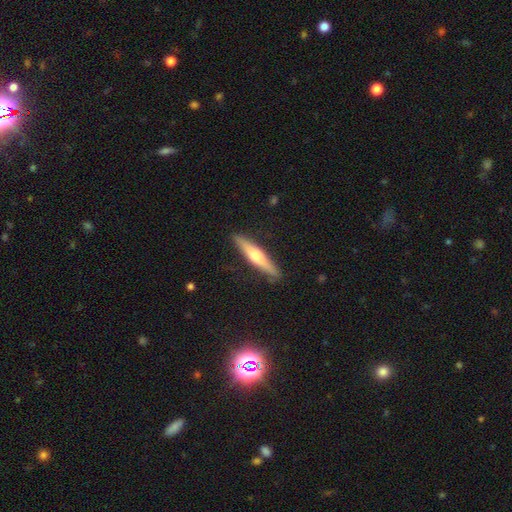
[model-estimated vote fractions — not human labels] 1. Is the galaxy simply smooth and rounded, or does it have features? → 55% featured or disk, 39% smooth, 6% star or artifact.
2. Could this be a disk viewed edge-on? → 96% yes, 4% no.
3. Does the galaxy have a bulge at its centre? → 84% rounded, 8% none, 7% boxy.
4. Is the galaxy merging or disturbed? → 89% none, 8% minor disturbance, 2% major disturbance, 1% merger.